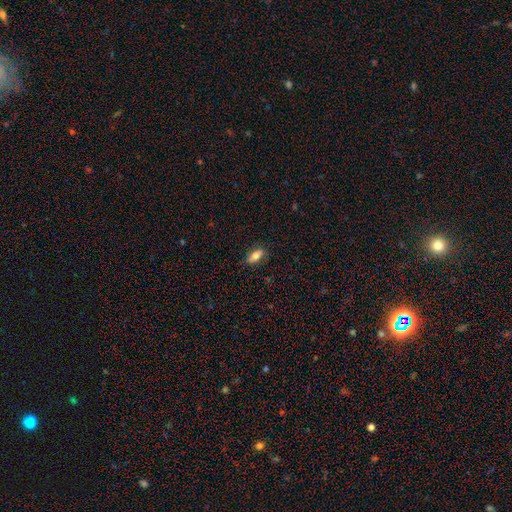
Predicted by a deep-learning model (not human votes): This appears to be a smooth galaxy with no disk features (73%) that is in between round and cigar-shaped (84%). Merging: none (82%).